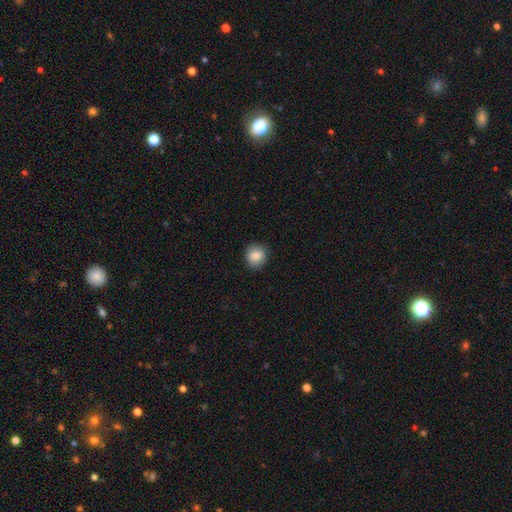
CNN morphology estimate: This appears to be a smooth galaxy with no disk features (86%) that is round (88%). Merging: none (88%).